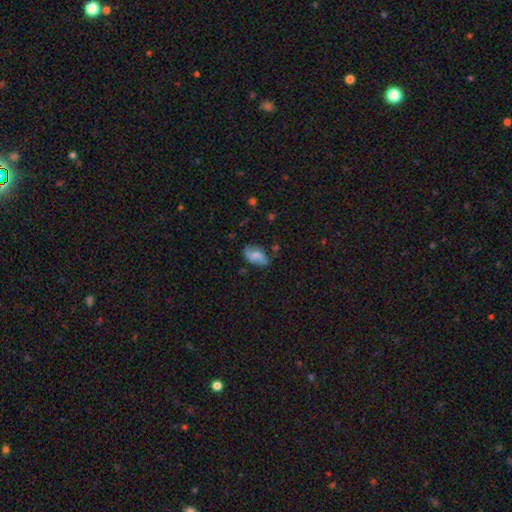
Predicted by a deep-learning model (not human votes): Morphology: type=smooth (46%, tied with featured or disk); merging=none (62%).